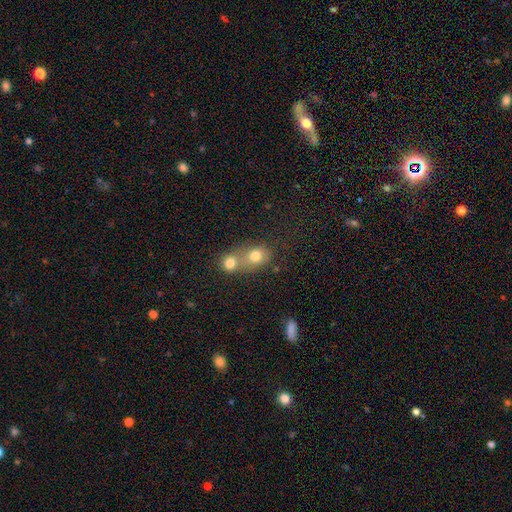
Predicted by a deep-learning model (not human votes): This appears to be a smooth galaxy with no disk features (77%) that is round (62%). Merging: merger (63%).